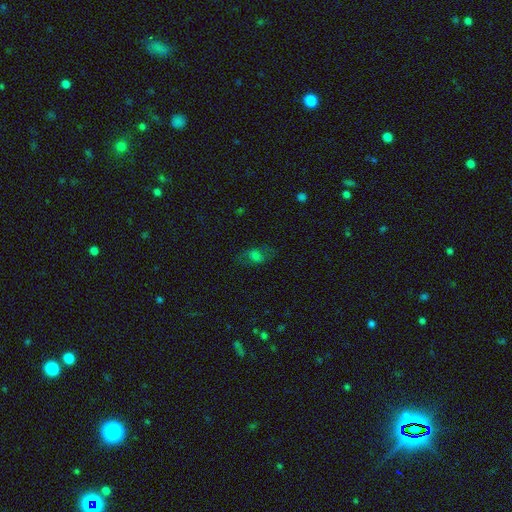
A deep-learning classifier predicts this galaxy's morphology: Smooth or featured? smooth (56%)
How rounded? in between (79%)
Merging? none (64%)